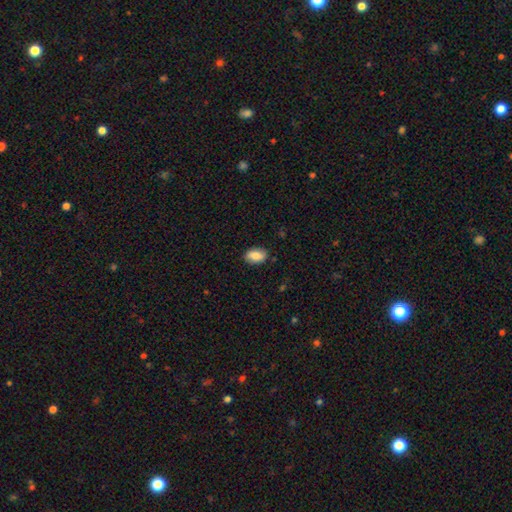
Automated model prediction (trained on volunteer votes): Smooth or featured: smooth — 85% (featured or disk — 9%)
How rounded: in between — 92% (round — 6%)
Merging: none — 85% (minor disturbance — 11%)